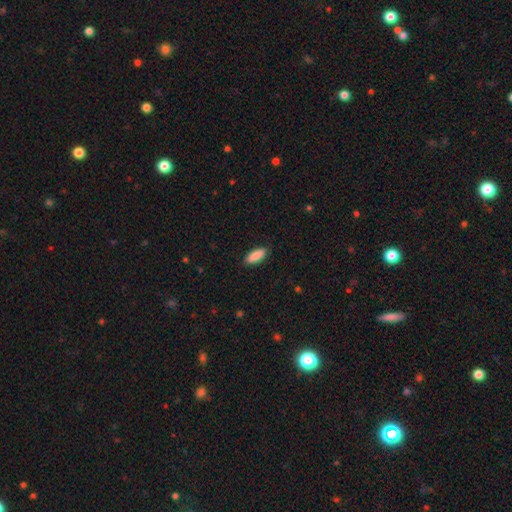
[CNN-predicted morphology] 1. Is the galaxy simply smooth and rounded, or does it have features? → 89% smooth, 6% star or artifact, 6% featured or disk.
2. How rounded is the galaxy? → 77% in between, 21% cigar-shaped, 2% round.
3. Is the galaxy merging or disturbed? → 88% none, 9% minor disturbance, 2% major disturbance, 1% merger.